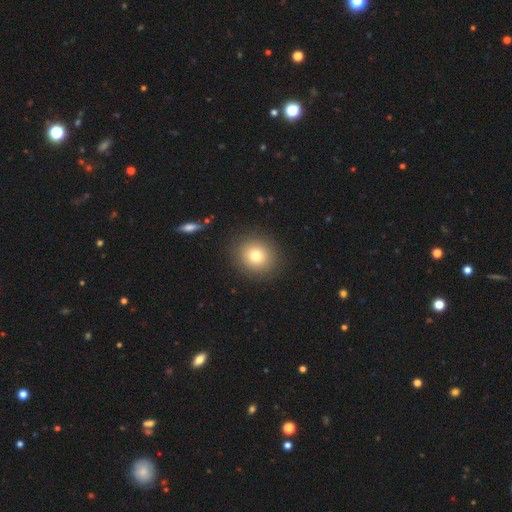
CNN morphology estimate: smooth-or-featured: smooth: 77% | star or artifact: 12% | featured or disk: 11%
  how-rounded: round: 86% | in between: 13% | cigar-shaped: 1%
  merging: none: 89% | minor disturbance: 7% | major disturbance: 3% | merger: 1%